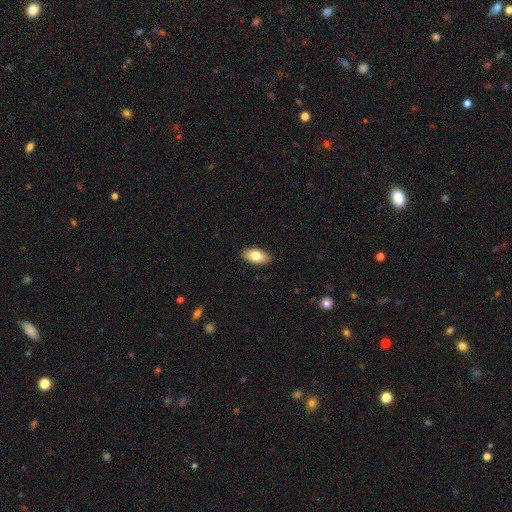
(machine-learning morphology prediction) type=smooth (79%); roundness=in between (93%); merging=none (90%).